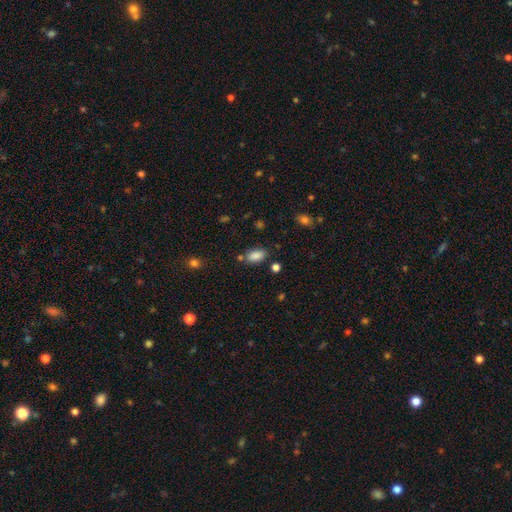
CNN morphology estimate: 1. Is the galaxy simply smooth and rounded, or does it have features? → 87% smooth, 9% star or artifact, 5% featured or disk.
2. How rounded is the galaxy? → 91% in between, 5% round, 4% cigar-shaped.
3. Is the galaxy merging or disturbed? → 76% none, 13% minor disturbance, 8% merger, 4% major disturbance.